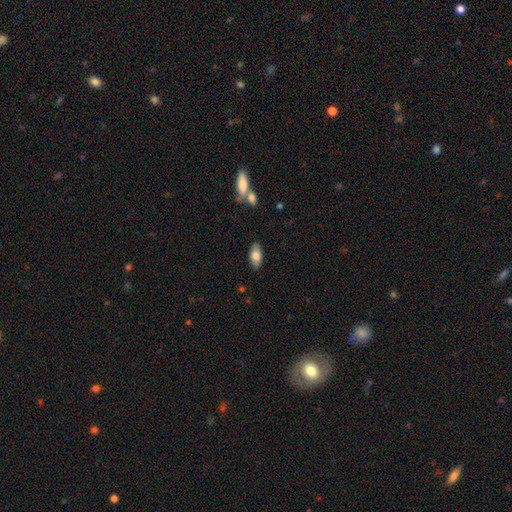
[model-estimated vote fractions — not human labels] This is likely a smooth galaxy (79%). How rounded: clearly in between (90%). Merging: clearly none (85%).